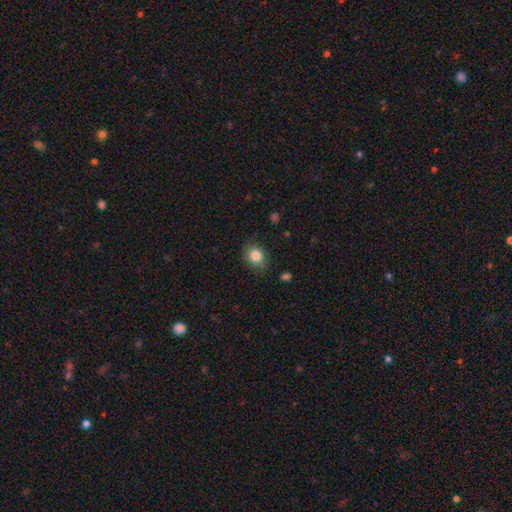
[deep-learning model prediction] smooth_or_featured: smooth (p=0.84) [alt: star or artifact p=0.09]
how_rounded: round (p=0.54) [alt: in between p=0.45]
merging: none (p=0.80) [alt: minor disturbance p=0.15]